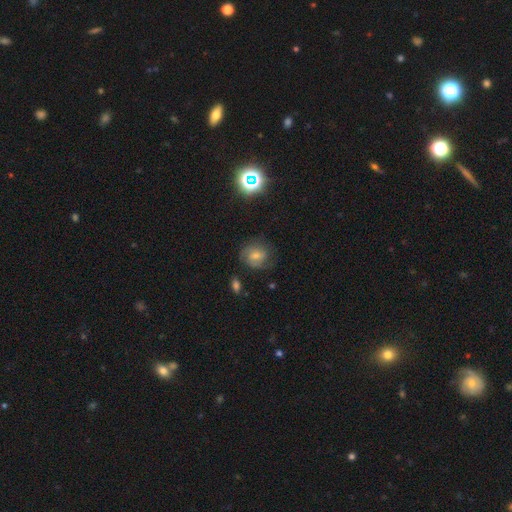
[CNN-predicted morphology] Smooth or featured?
  - featured or disk: 43% * (tied)
  - smooth: 43% * (tied)
  - star or artifact: 14%
Merging?
  - none: 68% *
  - minor disturbance: 20%
  - major disturbance: 10%
  - merger: 2%